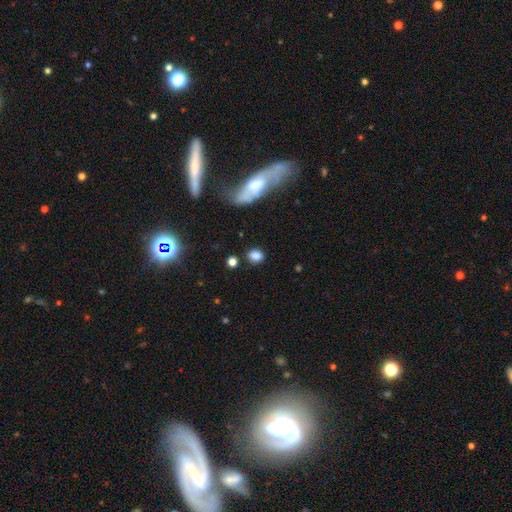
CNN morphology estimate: smooth-or-featured: smooth: 82% | star or artifact: 12% | featured or disk: 6%
  how-rounded: in between: 53% | round: 45% | cigar-shaped: 2%
  merging: none: 79% | minor disturbance: 13% | major disturbance: 4% | merger: 4%